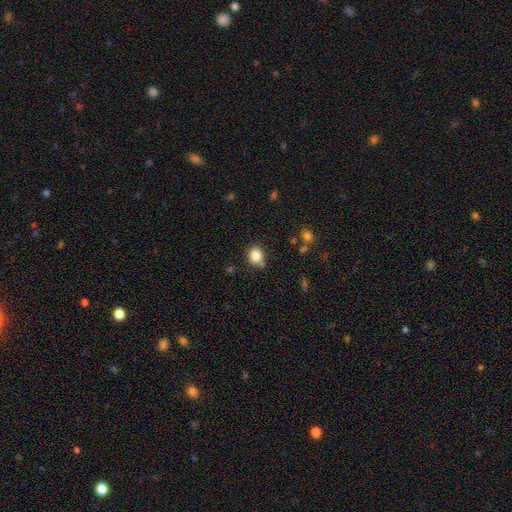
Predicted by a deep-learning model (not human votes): Overall: smooth (85%). How rounded: round (68%; in between 32%). Merging: none (74%).